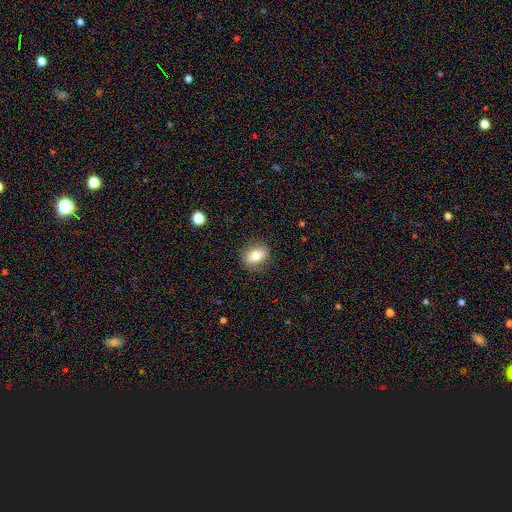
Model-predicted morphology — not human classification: A smooth galaxy with no disk features (75%) that is in between round and cigar-shaped (63%).

Vote fractions:
- Smooth or featured? smooth: 75% / featured or disk: 16% / star or artifact: 9%
- How rounded? in between: 63% / round: 36% / cigar-shaped: 2%
- Merging? none: 85% / minor disturbance: 11% / major disturbance: 3% / merger: 1%